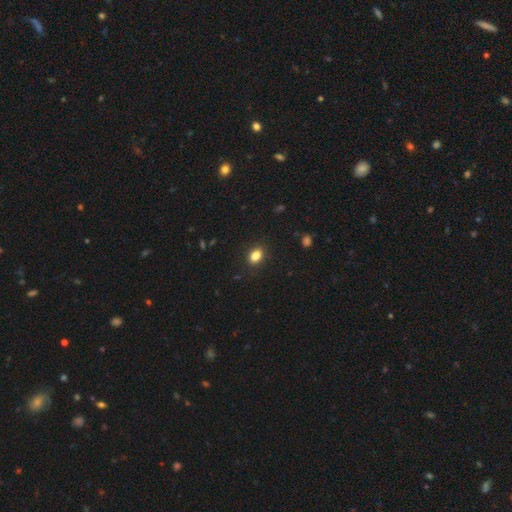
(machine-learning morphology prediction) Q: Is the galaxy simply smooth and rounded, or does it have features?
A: smooth — 85%.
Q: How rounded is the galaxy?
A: in between — 78%.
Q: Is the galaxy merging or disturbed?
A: none — 87%.